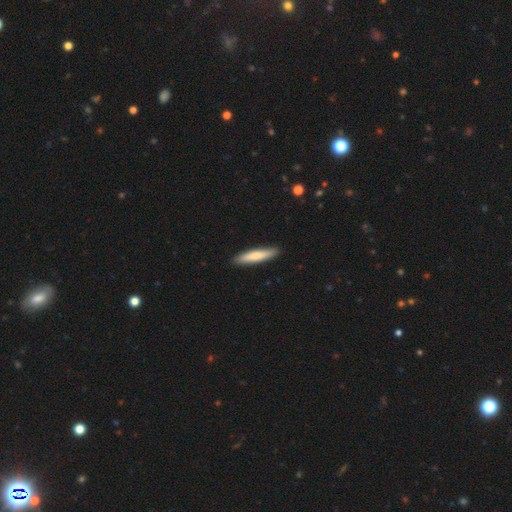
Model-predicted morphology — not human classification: The model was most divided on "smooth or featured": smooth: 77%, featured or disk: 18%, star or artifact: 5%. More confident: merging — none (91%); how rounded — cigar-shaped (88%).